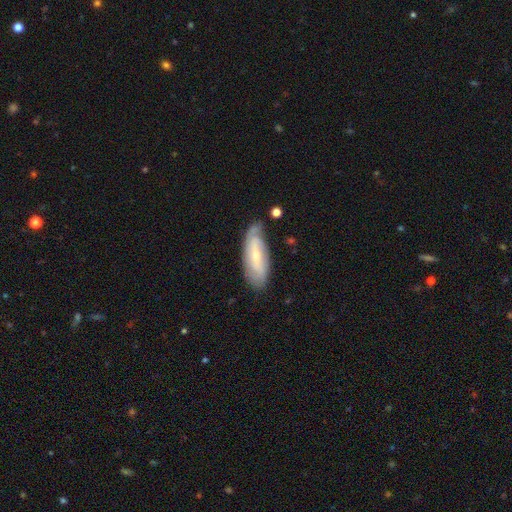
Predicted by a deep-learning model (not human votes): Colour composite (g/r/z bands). It shows a featured or disk galaxy (61%) with no bar (43%), spiral arms (84%) and a small central bulge (68%). Merging: none (64%).